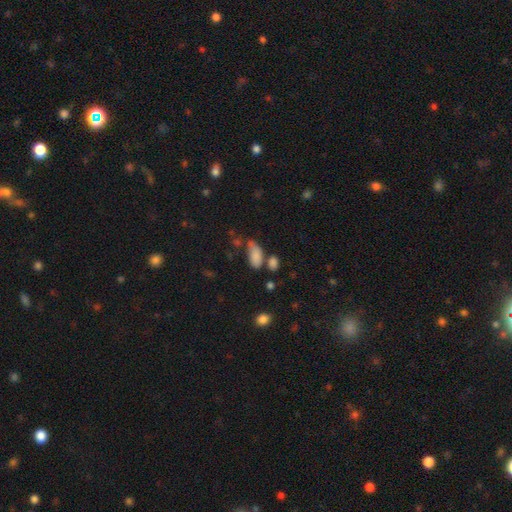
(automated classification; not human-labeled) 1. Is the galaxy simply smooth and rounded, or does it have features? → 81% smooth, 11% star or artifact, 8% featured or disk.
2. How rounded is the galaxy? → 84% in between, 12% cigar-shaped, 5% round.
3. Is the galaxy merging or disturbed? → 42% none, 24% minor disturbance, 20% merger, 13% major disturbance.